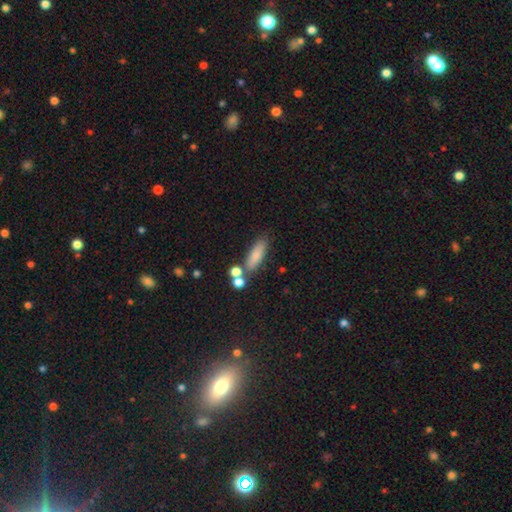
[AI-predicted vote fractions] This appears to be a smooth galaxy with no disk features (79%) that is in between round and cigar-shaped (49%). Merging: none (67%).